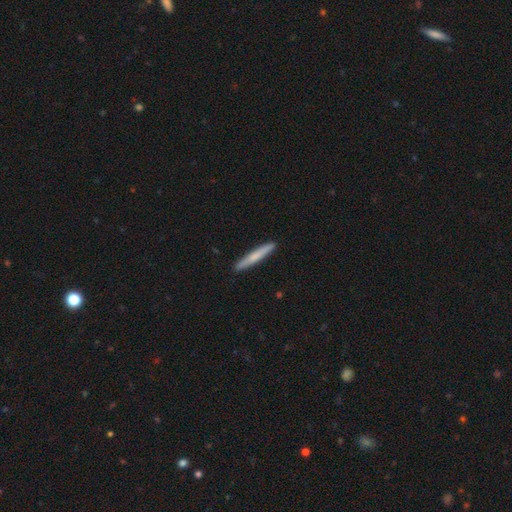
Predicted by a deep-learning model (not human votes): The model was most divided on "smooth or featured": smooth: 66%, featured or disk: 29%, star or artifact: 5%. More confident: how rounded — cigar-shaped (96%); merging — none (92%).